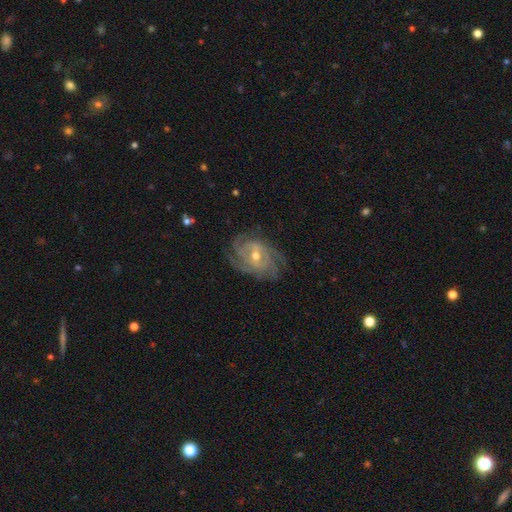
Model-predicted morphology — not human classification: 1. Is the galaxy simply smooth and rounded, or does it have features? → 88% featured or disk, 6% smooth, 6% star or artifact.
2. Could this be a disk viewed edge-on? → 96% no, 4% yes.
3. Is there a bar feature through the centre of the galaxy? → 45% weak, 37% no, 18% strong.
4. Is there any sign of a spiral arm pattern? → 96% yes, 4% no.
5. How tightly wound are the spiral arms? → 64% tight, 29% medium, 7% loose.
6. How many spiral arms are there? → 28% 3, 25% can't tell, 17% 4, 17% 2, 6% more than 4, 6% 1.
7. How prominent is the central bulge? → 63% moderate, 33% small, 2% large, 1% none, 1% dominant.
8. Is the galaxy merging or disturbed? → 74% none, 18% minor disturbance, 7% major disturbance, 1% merger.